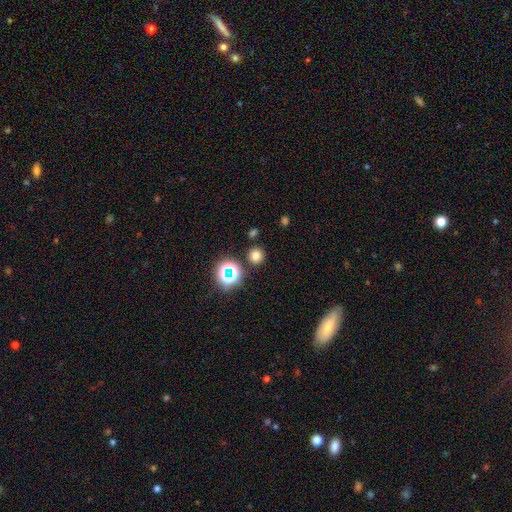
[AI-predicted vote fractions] This appears to be a smooth galaxy with no disk features (72%) that is round (91%). Merging: none (87%).